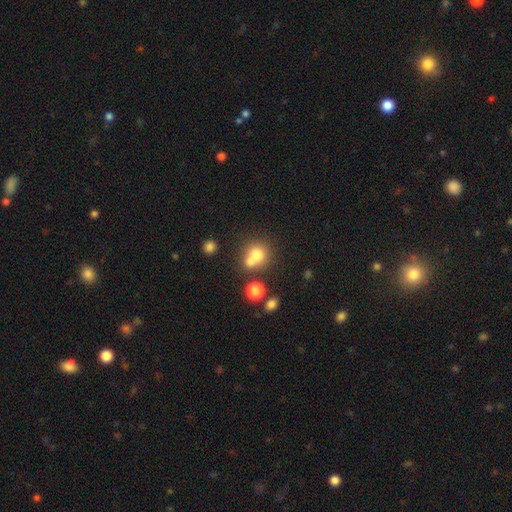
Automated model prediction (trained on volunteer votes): The model was most divided on "merging": merger: 47%, none: 42%, minor disturbance: 8%, major disturbance: 4%. More confident: how rounded — round (82%); smooth or featured — smooth (72%).